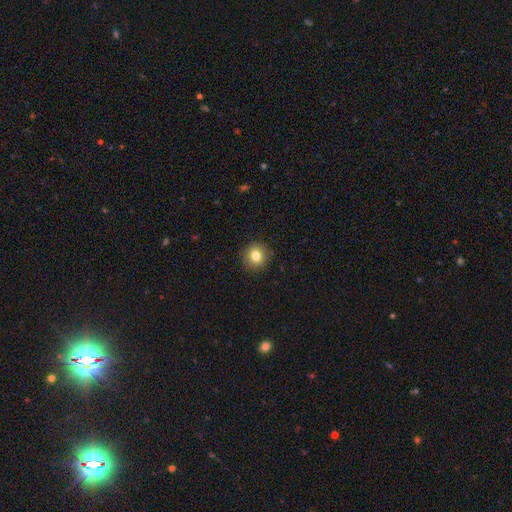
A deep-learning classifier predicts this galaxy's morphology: smooth-or-featured: smooth: 80% | star or artifact: 11% | featured or disk: 9%
  how-rounded: round: 89% | in between: 10% | cigar-shaped: 1%
  merging: none: 92% | minor disturbance: 6% | major disturbance: 2% | merger: 1%